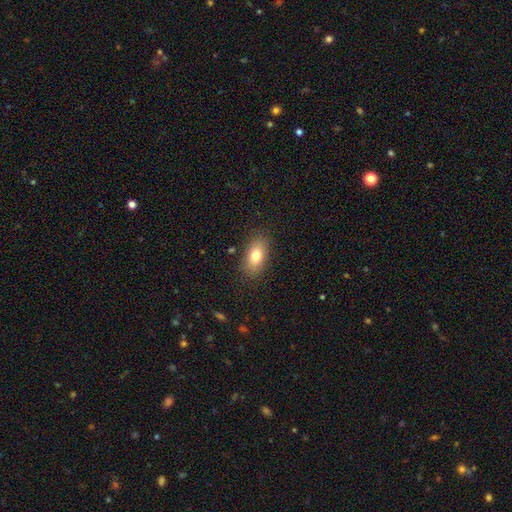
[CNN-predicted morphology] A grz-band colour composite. It shows a smooth galaxy with no disk features (77%) that is in between round and cigar-shaped (86%). Merging: none (85%).